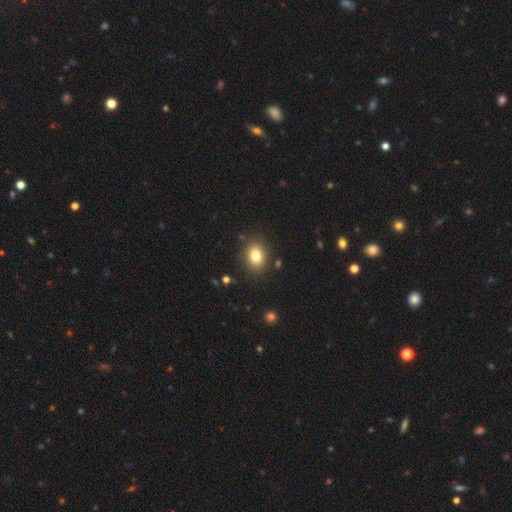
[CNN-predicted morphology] Smooth or featured? smooth (81%)
How rounded? in between (50%)
Merging? none (85%)